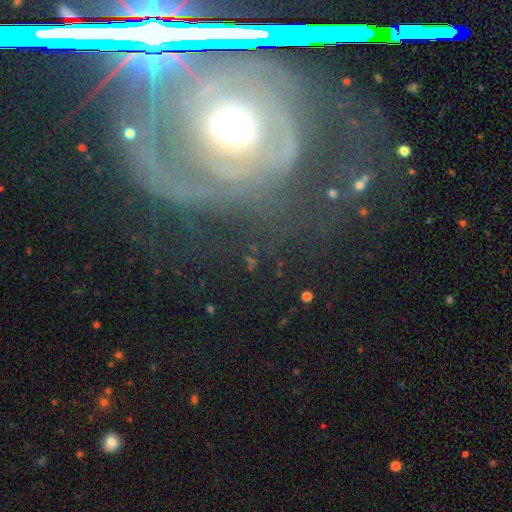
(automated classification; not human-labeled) Morphology: type=featured or disk (71%); edge-on=no (95%); bar=no (73%); spiral arms=yes (70%); bulge=moderate (67%); merging=none (52%).